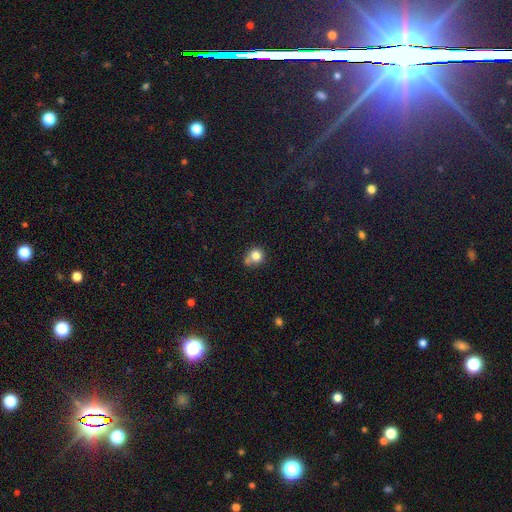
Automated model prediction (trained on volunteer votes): This is clearly a smooth galaxy (81%). How rounded: clearly round (85%). Merging: possibly none (51%).